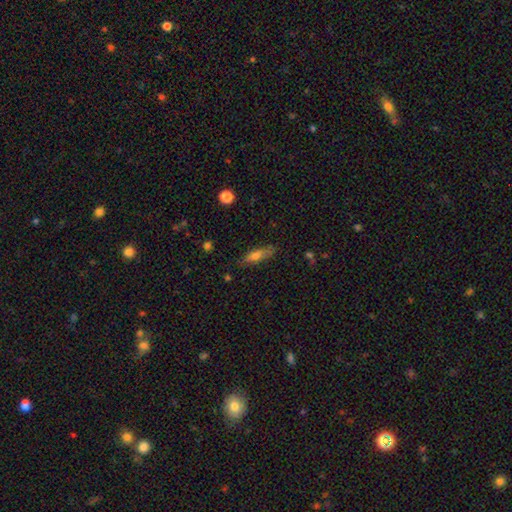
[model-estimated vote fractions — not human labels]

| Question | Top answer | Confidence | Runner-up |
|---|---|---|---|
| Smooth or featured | smooth | 65% | featured or disk (27%) |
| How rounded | cigar-shaped | 60% | in between (37%) |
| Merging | none | 77% | minor disturbance (17%) |